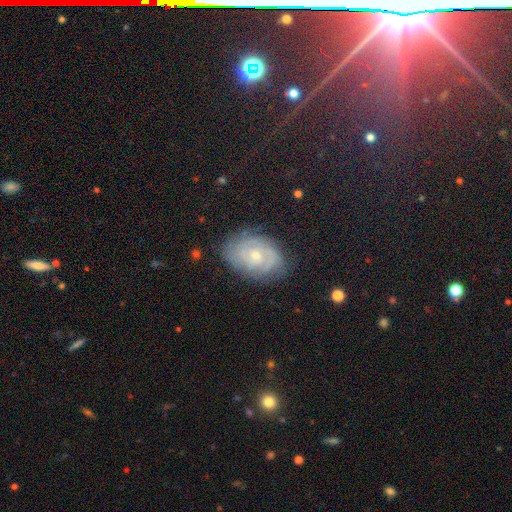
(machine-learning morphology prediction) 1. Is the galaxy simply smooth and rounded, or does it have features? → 76% featured or disk, 15% smooth, 10% star or artifact.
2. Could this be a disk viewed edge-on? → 97% no, 3% yes.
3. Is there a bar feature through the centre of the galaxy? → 70% no, 26% weak, 5% strong.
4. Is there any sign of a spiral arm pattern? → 92% yes, 8% no.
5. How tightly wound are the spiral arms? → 72% tight, 22% medium, 6% loose.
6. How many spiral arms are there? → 37% can't tell, 34% 2, 13% 3, 6% 4, 5% 1, 5% more than 4.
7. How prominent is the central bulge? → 65% small, 32% moderate, 1% none, 1% large, 1% dominant.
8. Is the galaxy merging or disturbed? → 80% none, 15% minor disturbance, 4% major disturbance, 1% merger.